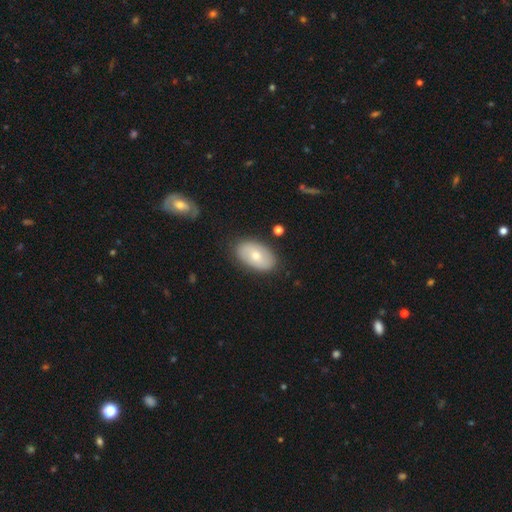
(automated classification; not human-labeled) The model was most divided on "smooth or featured": smooth: 63%, featured or disk: 31%, star or artifact: 6%. More confident: how rounded — in between (93%); merging — none (84%).